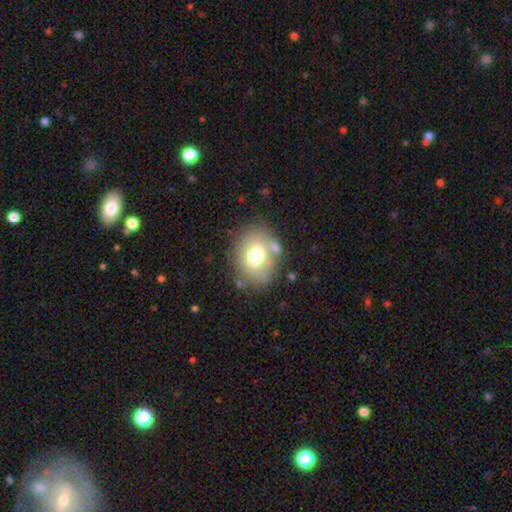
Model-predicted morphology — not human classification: The model was most divided on "how rounded": round: 50%, in between: 49%, cigar-shaped: 1%. More confident: merging — none (68%); smooth or featured — smooth (67%).